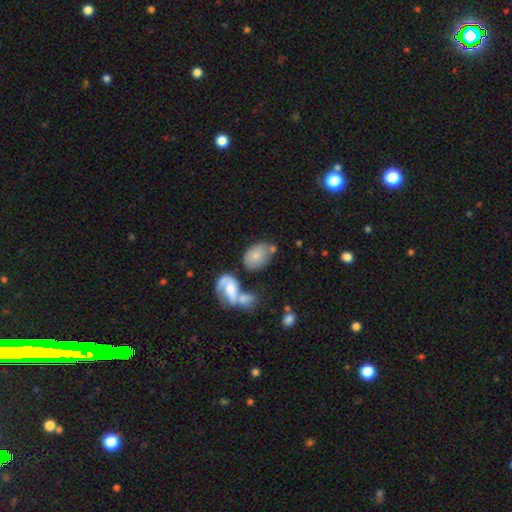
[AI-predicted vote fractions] Morphology: type=smooth (70%); roundness=in between (77%); merging=none (40%).